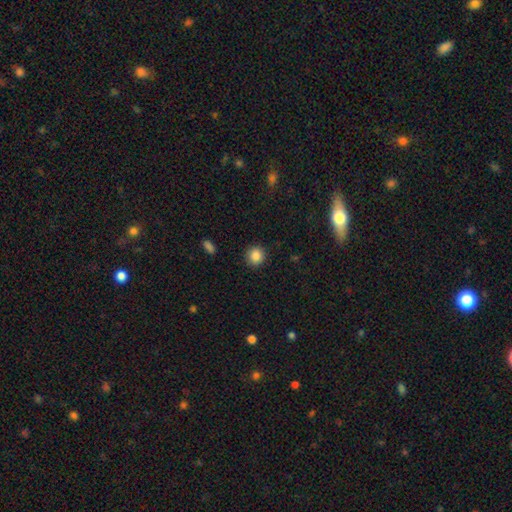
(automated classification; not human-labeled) A smooth galaxy with no disk features (86%) that is round (91%).

Vote fractions:
- Smooth or featured? smooth: 86% / star or artifact: 10% / featured or disk: 4%
- How rounded? round: 91% / in between: 8% / cigar-shaped: 1%
- Merging? none: 90% / minor disturbance: 6% / major disturbance: 2% / merger: 1%